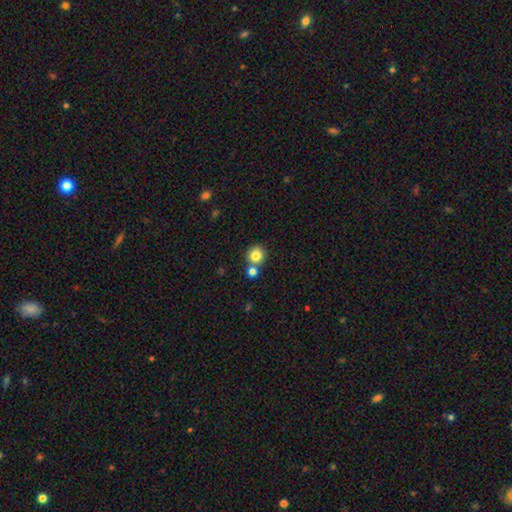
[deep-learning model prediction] A smooth galaxy with no disk features (82%) that is round (90%). Merging: none (67%).